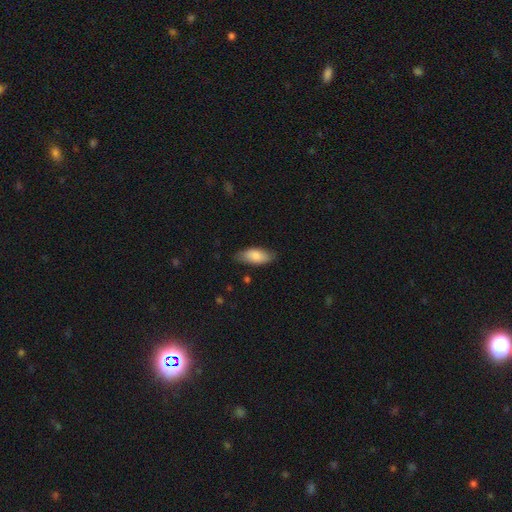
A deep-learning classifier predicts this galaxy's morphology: This appears to be a smooth galaxy with no disk features (82%) that is in between round and cigar-shaped (85%). Merging: none (76%).